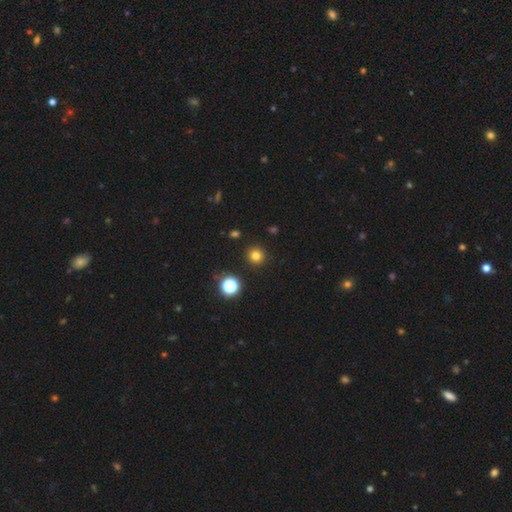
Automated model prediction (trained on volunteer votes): Smooth or featured? Predicted: smooth (p=0.78). How rounded? Predicted: round (p=0.94). Merging? Predicted: none (p=0.92).